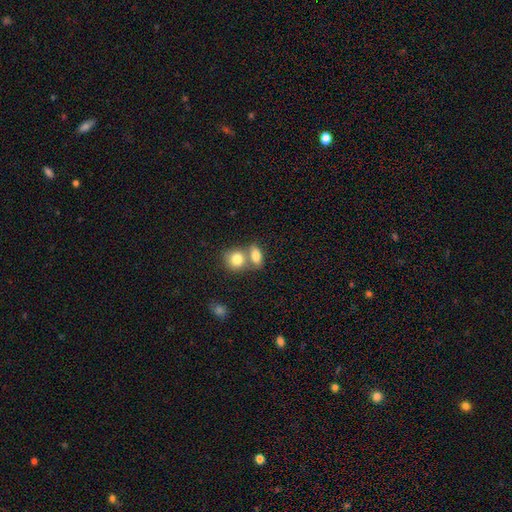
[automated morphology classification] Smooth or featured? Predicted: smooth (p=0.80). How rounded? Predicted: in between (p=0.76). Merging? Predicted: merger (p=0.51).